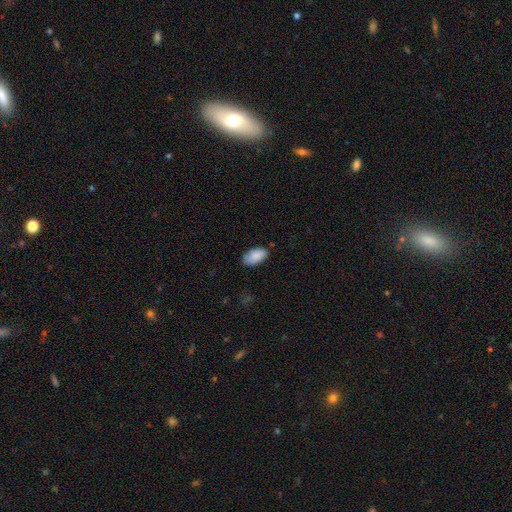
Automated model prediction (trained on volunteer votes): smooth_or_featured: smooth (p=0.88) [alt: star or artifact p=0.06]
how_rounded: in between (p=0.95) [alt: round p=0.03]
merging: none (p=0.77) [alt: minor disturbance p=0.19]